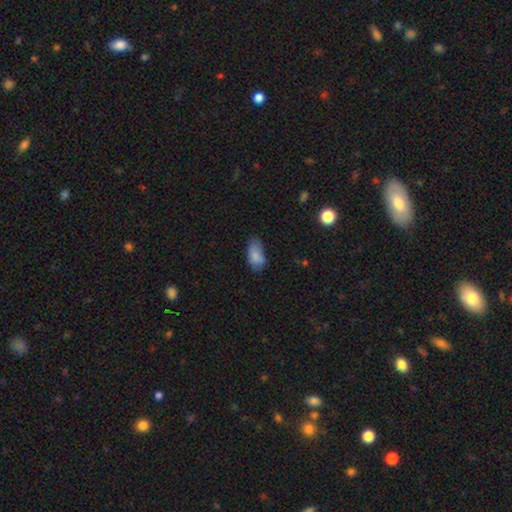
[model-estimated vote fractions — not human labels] Smooth or featured? smooth (80%)
How rounded? in between (93%)
Merging? none (58%)